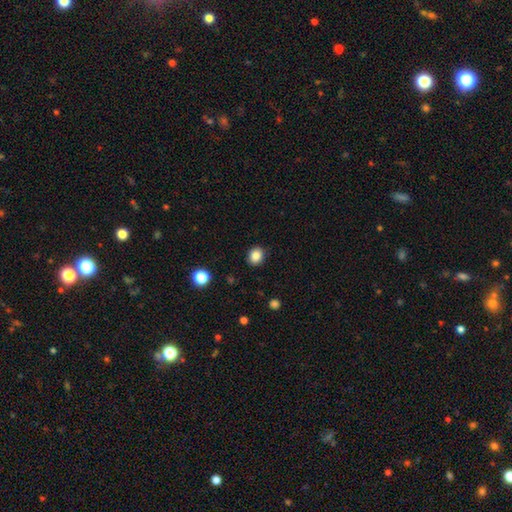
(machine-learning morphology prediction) smooth_or_featured: smooth (p=0.86) [alt: star or artifact p=0.10]
how_rounded: round (p=0.62) [alt: in between p=0.37]
merging: none (p=0.89) [alt: minor disturbance p=0.07]